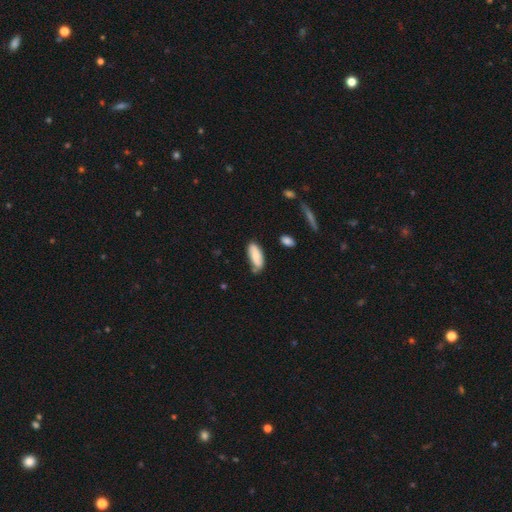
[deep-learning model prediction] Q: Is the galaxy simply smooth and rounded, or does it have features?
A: smooth — 78%.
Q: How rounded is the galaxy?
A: in between — 80%.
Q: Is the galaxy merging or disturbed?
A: none — 64%.